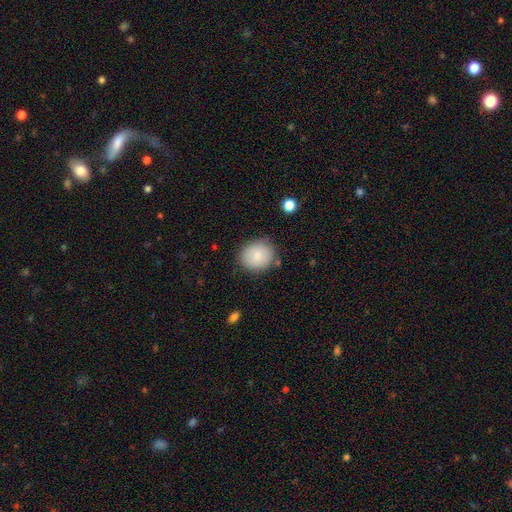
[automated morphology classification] Smooth or featured? smooth (82%)
How rounded? round (75%)
Merging? none (80%)